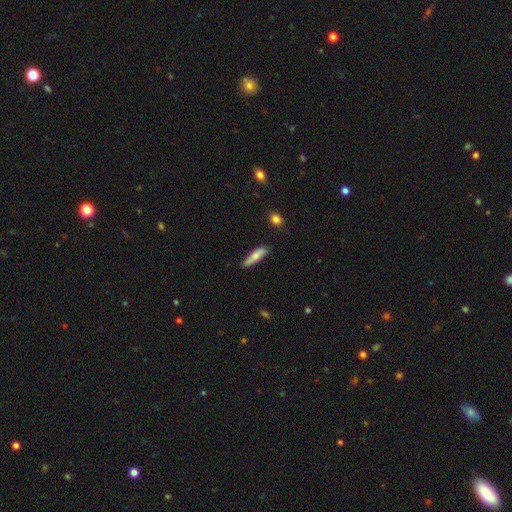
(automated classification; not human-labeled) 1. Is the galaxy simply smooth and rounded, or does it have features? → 68% smooth, 26% featured or disk, 6% star or artifact.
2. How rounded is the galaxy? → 70% cigar-shaped, 28% in between, 2% round.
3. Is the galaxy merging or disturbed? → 76% none, 20% minor disturbance, 3% major disturbance, 2% merger.